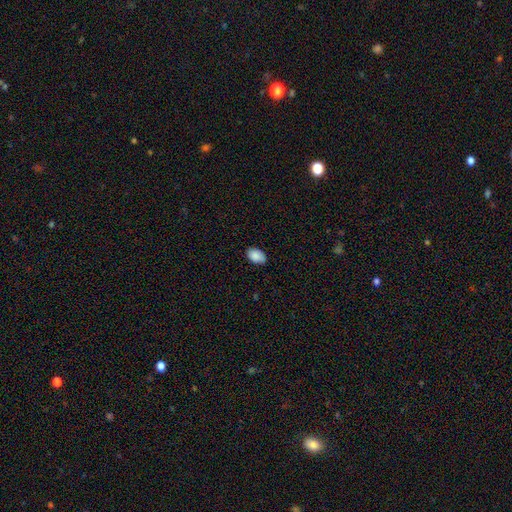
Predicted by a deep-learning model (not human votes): This appears to be a smooth galaxy with no disk features (89%) that is in between round and cigar-shaped (90%). Merging: none (85%).